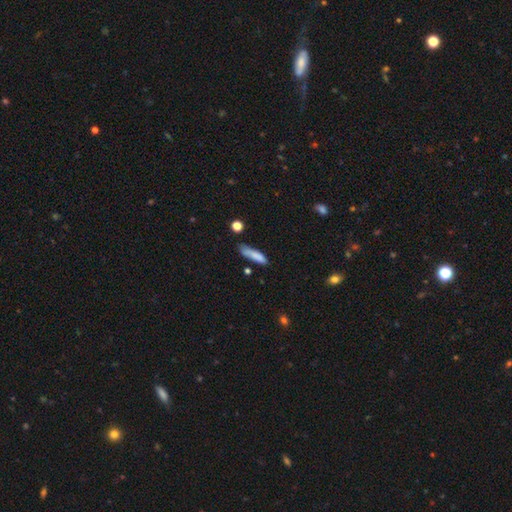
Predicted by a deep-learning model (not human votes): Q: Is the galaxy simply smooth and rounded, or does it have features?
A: smooth — 80%.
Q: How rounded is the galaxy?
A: cigar-shaped — 74%.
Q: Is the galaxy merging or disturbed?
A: none — 56%.